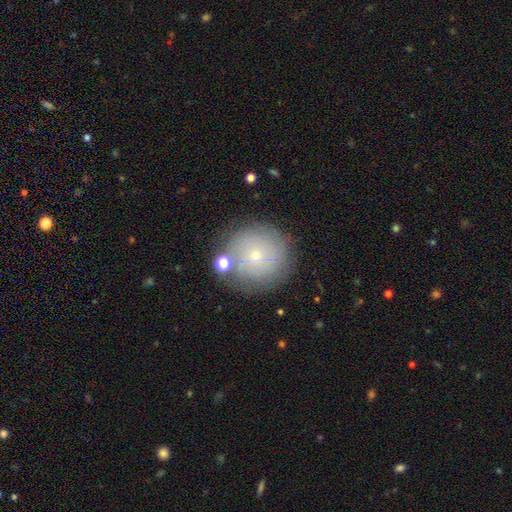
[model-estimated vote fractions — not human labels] Smooth or featured: smooth — 52% (featured or disk — 37%)
How rounded: round — 93% (in between — 6%)
Merging: none — 76% (minor disturbance — 13%)